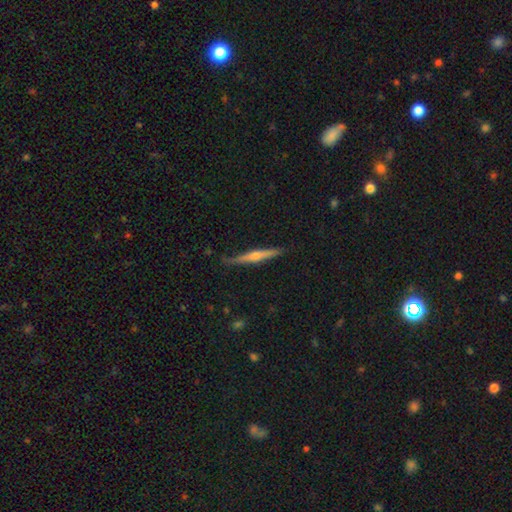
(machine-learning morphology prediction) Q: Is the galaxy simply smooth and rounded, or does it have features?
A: featured or disk — 71%.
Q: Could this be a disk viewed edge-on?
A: yes — 98%.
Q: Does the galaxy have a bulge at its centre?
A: rounded — 83%.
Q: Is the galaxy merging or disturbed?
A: none — 85%.